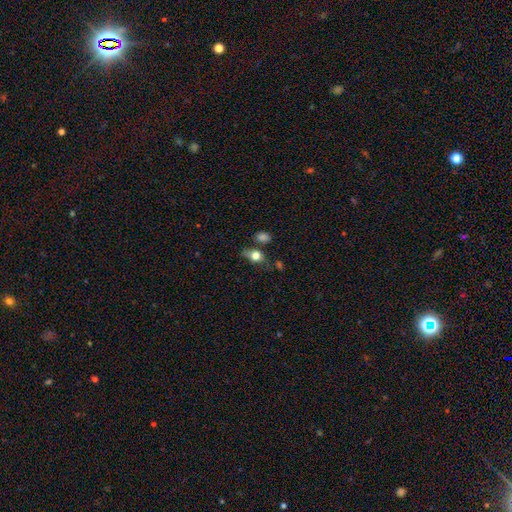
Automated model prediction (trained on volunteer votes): smooth 74%, featured or disk 16%, star or artifact 10%. Down the decision tree: how rounded — in between (65%); merging — none (55%).